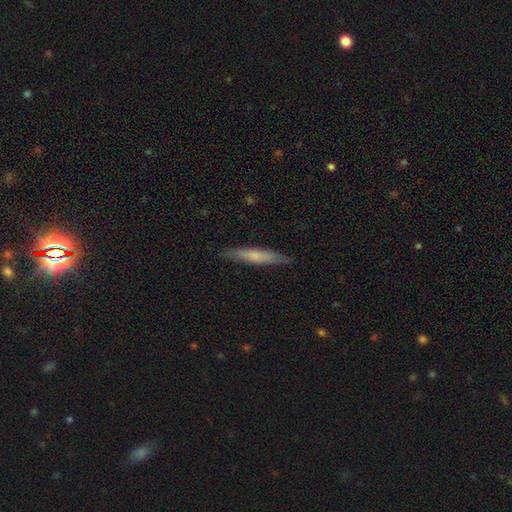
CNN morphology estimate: smooth-or-featured: smooth: 61% | featured or disk: 33% | star or artifact: 6%
  how-rounded: cigar-shaped: 92% | in between: 7% | round: 1%
  merging: none: 88% | minor disturbance: 10% | major disturbance: 2% | merger: 1%